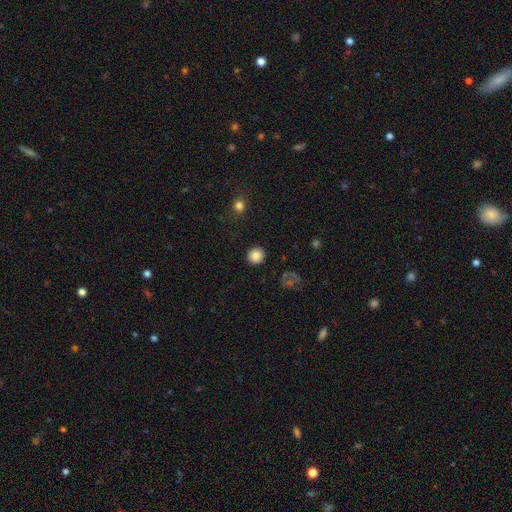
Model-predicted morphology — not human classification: Smooth or featured?
  - smooth: 85% *
  - star or artifact: 10%
  - featured or disk: 4%
How rounded?
  - round: 92% *
  - in between: 7%
  - cigar-shaped: 1%
Merging?
  - none: 91% *
  - minor disturbance: 6%
  - major disturbance: 2%
  - merger: 1%